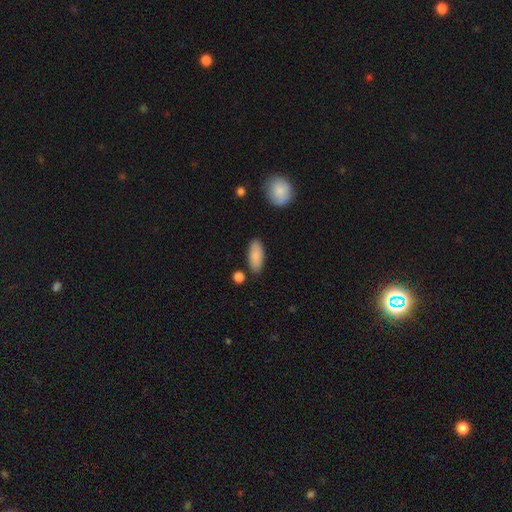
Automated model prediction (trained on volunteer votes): Morphology: type=smooth (87%); roundness=in between (83%); merging=none (83%).